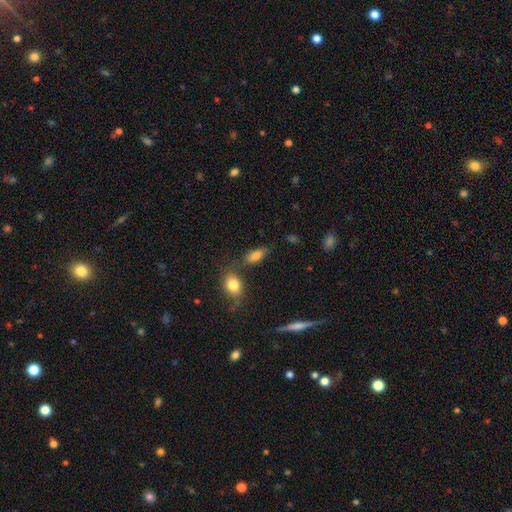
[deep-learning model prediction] Overall: smooth (79%). How rounded: in between (81%). Merging: none (67%).